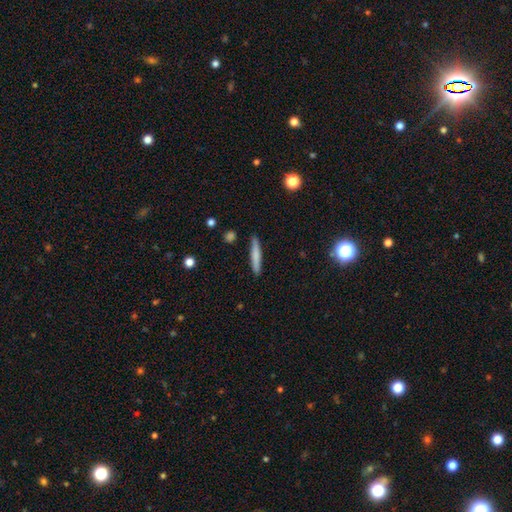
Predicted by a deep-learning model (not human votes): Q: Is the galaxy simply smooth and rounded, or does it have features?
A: smooth — 74%.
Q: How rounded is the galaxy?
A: cigar-shaped — 93%.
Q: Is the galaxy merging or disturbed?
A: none — 87%.